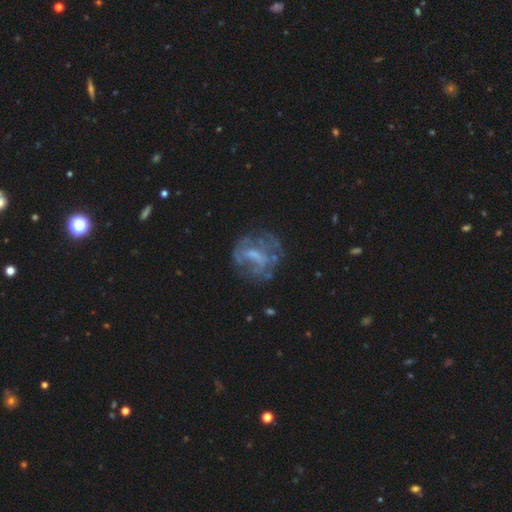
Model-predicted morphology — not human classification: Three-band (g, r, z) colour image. It shows a featured or disk galaxy (64%) with no bar (44%), no spiral arms (62%) and no central bulge (35%). Merging: none (55%).